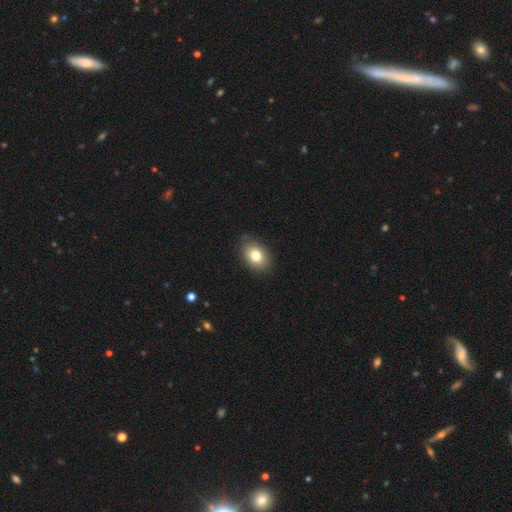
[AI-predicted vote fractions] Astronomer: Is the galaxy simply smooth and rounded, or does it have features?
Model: smooth — 81%.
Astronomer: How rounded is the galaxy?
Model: in between — 76%.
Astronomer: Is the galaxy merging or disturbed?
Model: none — 85%.